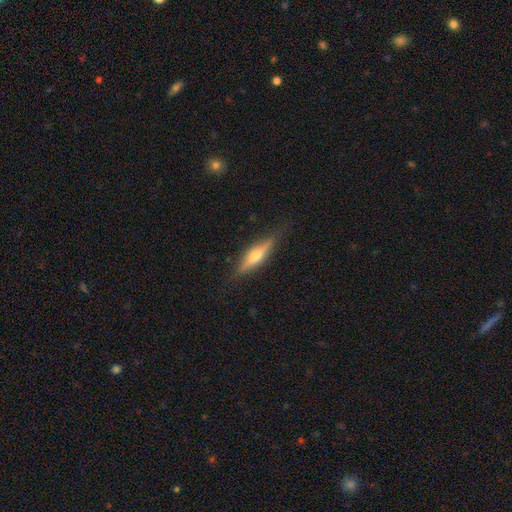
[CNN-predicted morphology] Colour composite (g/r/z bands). It shows a featured or disk galaxy (62%) viewed edge-on (95%) with a rounded central bulge (90%). Merging: none (84%).